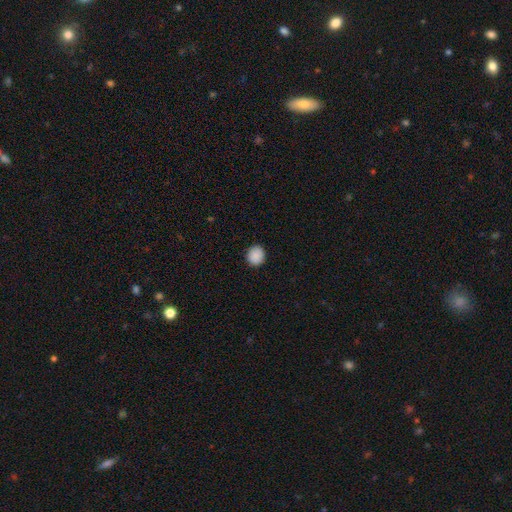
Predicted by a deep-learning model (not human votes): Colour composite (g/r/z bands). It shows a smooth galaxy with no disk features (89%) that is round (87%). Merging: none (91%).